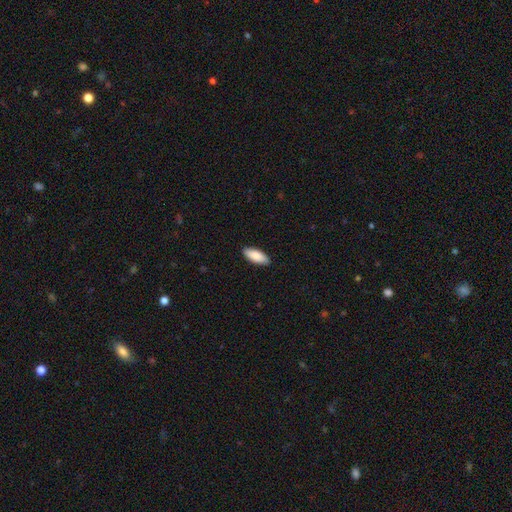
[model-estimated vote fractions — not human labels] A smooth galaxy with no disk features (88%) that is in between round and cigar-shaped (79%).

Vote fractions:
- Smooth or featured? smooth: 88% / featured or disk: 7% / star or artifact: 5%
- How rounded? in between: 79% / cigar-shaped: 19% / round: 2%
- Merging? none: 89% / minor disturbance: 8% / major disturbance: 2% / merger: 1%